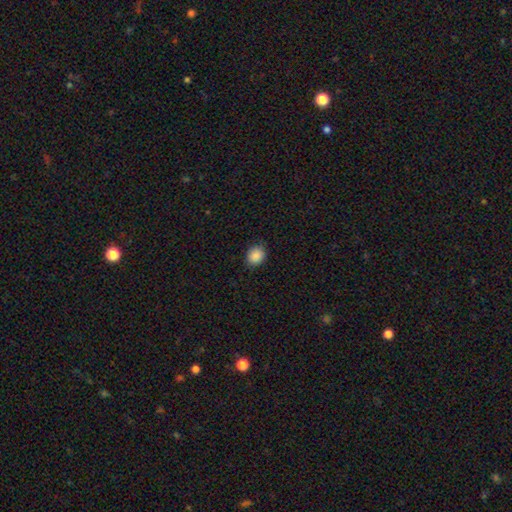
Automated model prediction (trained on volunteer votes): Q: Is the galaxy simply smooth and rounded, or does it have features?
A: smooth — 88%.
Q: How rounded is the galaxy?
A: round — 62%.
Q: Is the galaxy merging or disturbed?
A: none — 86%.